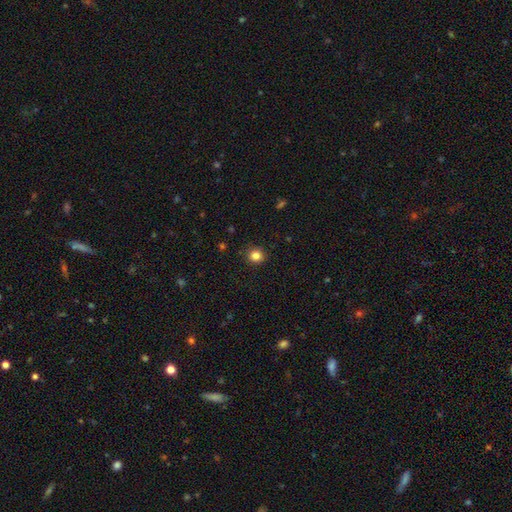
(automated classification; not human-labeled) This is clearly a smooth galaxy (83%). How rounded: clearly round (89%). Merging: clearly none (90%).